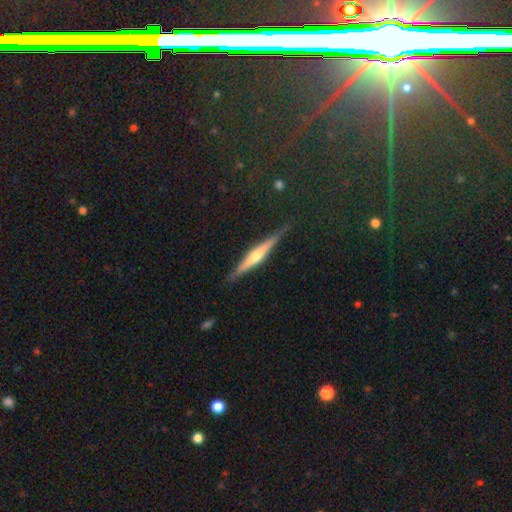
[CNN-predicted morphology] Q: Smooth or featured?
A: featured or disk (70%); runner-up: smooth (23%)
Q: Edge-on disk?
A: yes (97%); runner-up: no (3%)
Q: Edge-on bulge?
A: rounded (83%); runner-up: none (10%)
Q: Merging?
A: none (86%); runner-up: minor disturbance (10%)